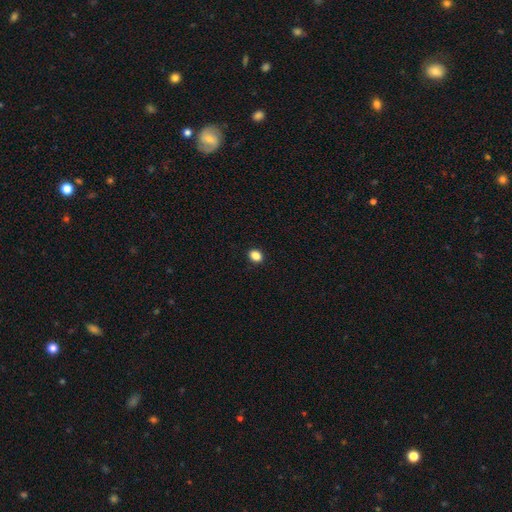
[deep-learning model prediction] Smooth or featured? Predicted: smooth (p=0.87). How rounded? Predicted: in between (p=0.51). Merging? Predicted: none (p=0.91).